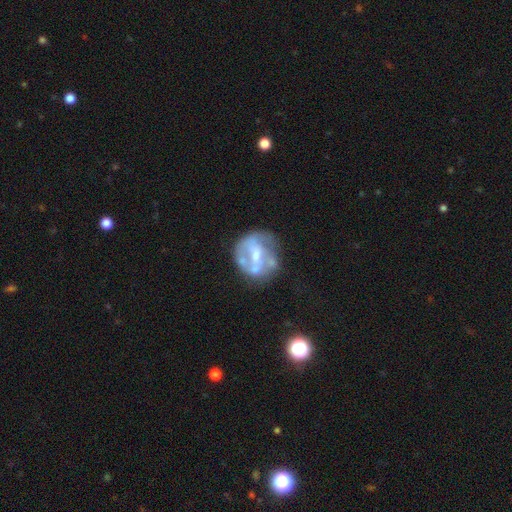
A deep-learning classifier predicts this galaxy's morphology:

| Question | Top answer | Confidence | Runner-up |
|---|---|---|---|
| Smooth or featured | featured or disk | 62% | smooth (29%) |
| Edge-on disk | no | 98% | yes (2%) |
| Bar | no | 61% | weak (28%) |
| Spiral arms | no | 76% | yes (24%) |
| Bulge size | moderate | 45% | small (39%) |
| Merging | none | 48% | minor disturbance (20%) |